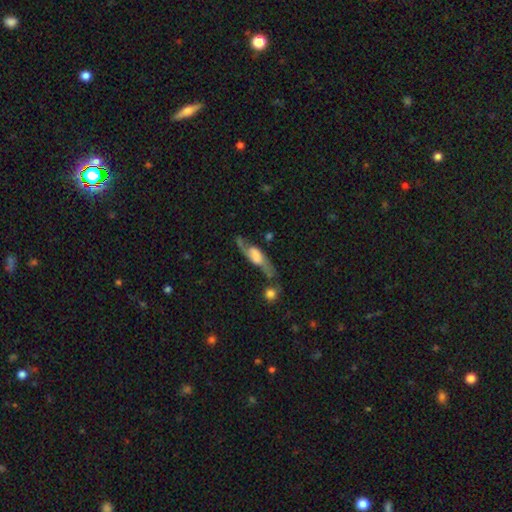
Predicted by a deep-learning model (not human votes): Morphology: type=featured or disk (62%); edge-on=no (64%); merging=none (47%).